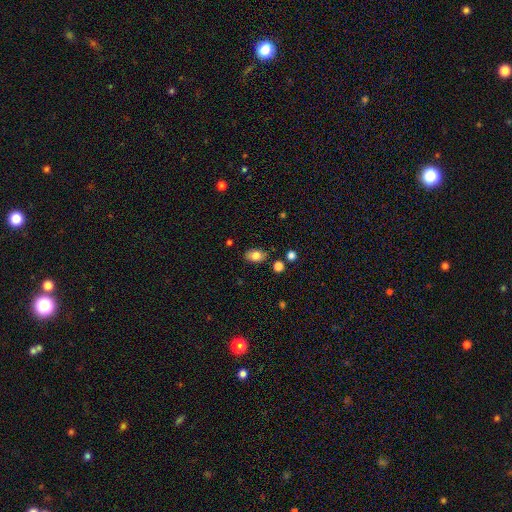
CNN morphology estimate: Overall: smooth (80%). How rounded: in between (87%). Merging: none (83%).